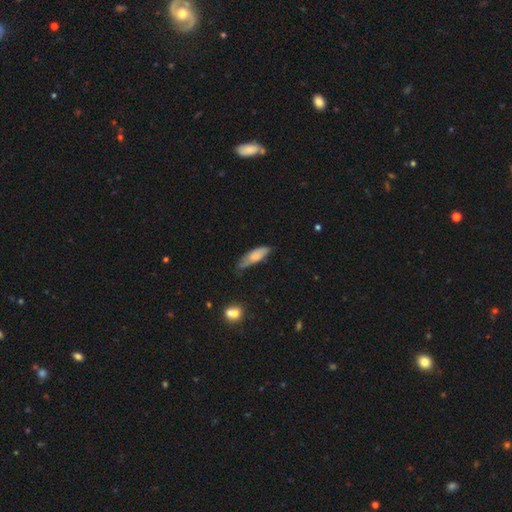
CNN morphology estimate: The model was most divided on "how rounded": in between: 55%, cigar-shaped: 43%, round: 2%. More confident: smooth or featured — smooth (73%); merging — none (52%).